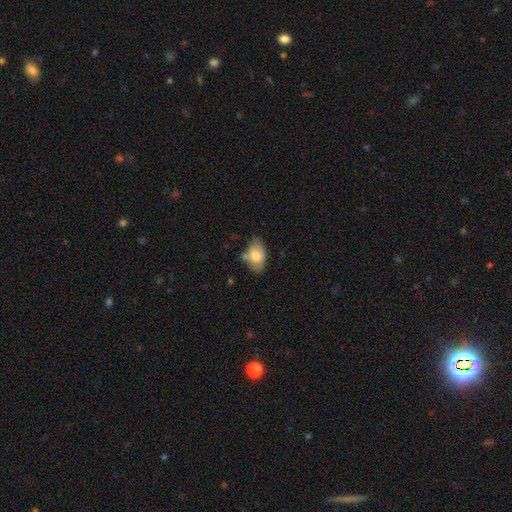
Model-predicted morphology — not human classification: The model was most divided on "merging": none: 59%, minor disturbance: 24%, merger: 11%, major disturbance: 5%. More confident: how rounded — in between (89%); smooth or featured — smooth (76%).